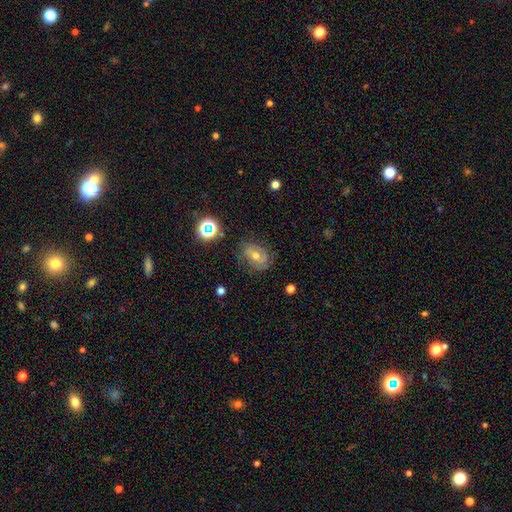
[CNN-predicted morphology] This appears to be a featured or disk galaxy (61%) with no bar (58%), spiral arms (83%) and a moderate central bulge (69%). Merging: none (69%).